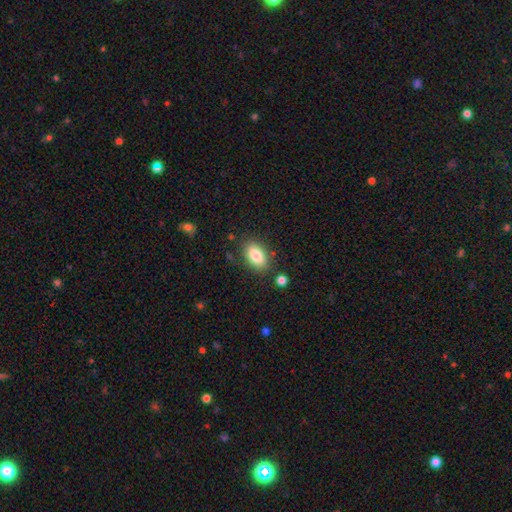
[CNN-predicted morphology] smooth 85%, featured or disk 8%, star or artifact 7%. Down the decision tree: how rounded — in between (91%); merging — none (82%).